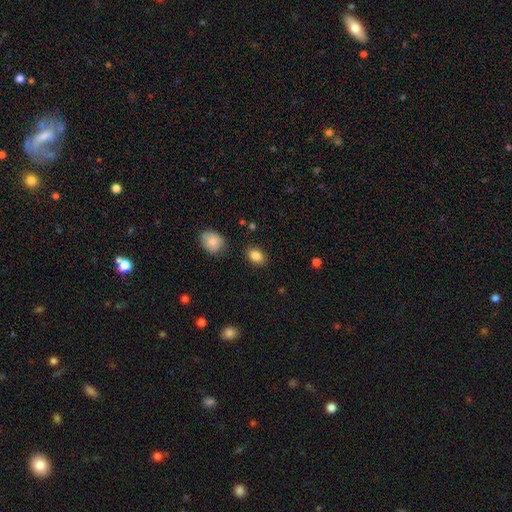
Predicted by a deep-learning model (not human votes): Q: Smooth or featured?
A: smooth (85%); runner-up: star or artifact (9%)
Q: How rounded?
A: in between (78%); runner-up: round (20%)
Q: Merging?
A: none (86%); runner-up: minor disturbance (10%)